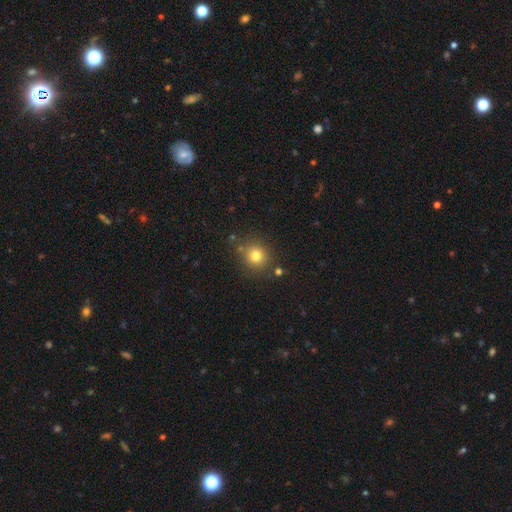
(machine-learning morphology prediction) smooth_or_featured: smooth (p=0.78) [alt: star or artifact p=0.14]
how_rounded: round (p=0.90) [alt: in between p=0.09]
merging: none (p=0.81) [alt: minor disturbance p=0.10]